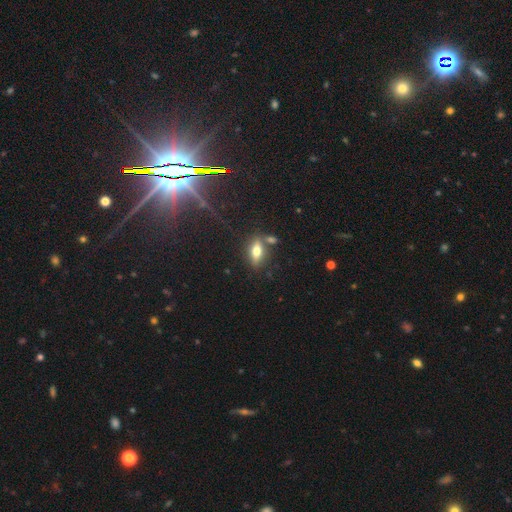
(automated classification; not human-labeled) Smooth or featured?
  - smooth: 60% *
  - featured or disk: 30%
  - star or artifact: 11%
How rounded?
  - in between: 72% *
  - cigar-shaped: 22%
  - round: 6%
Merging?
  - none: 71% *
  - merger: 13%
  - minor disturbance: 12%
  - major disturbance: 4%